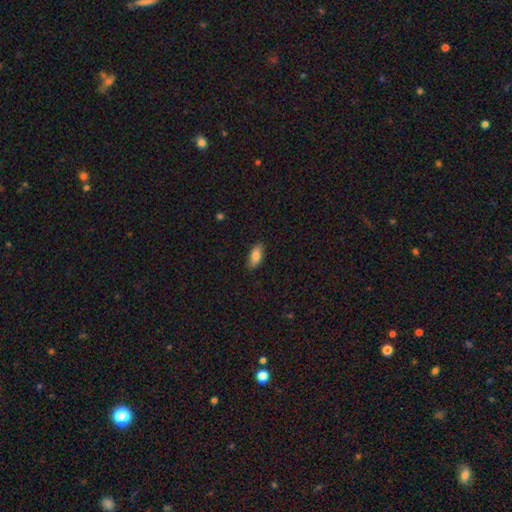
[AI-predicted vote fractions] Smooth or featured? Predicted: smooth (p=0.84). How rounded? Predicted: in between (p=0.84). Merging? Predicted: none (p=0.84).